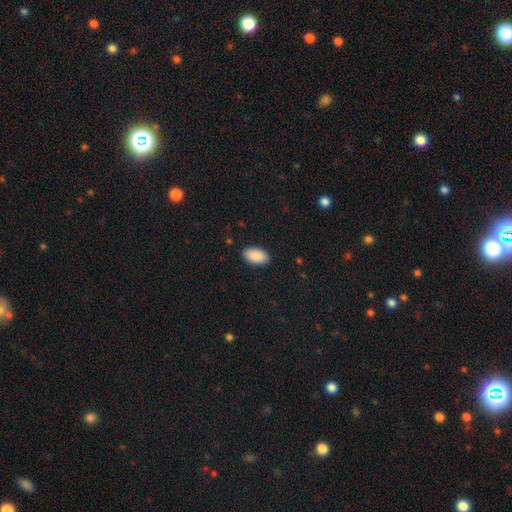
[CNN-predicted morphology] The model was most divided on "merging": none: 89%, minor disturbance: 8%, major disturbance: 2%, merger: 1%. More confident: how rounded — in between (95%); smooth or featured — smooth (91%).